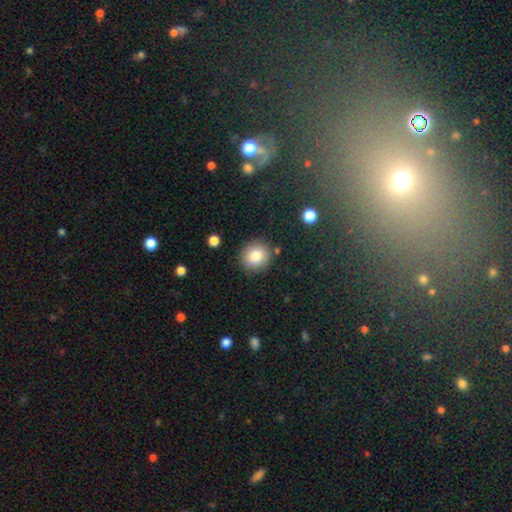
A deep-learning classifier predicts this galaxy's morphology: A smooth galaxy with no disk features (83%) that is round (87%).

Vote fractions:
- Smooth or featured? smooth: 83% / star or artifact: 10% / featured or disk: 8%
- How rounded? round: 87% / in between: 12% / cigar-shaped: 1%
- Merging? none: 86% / minor disturbance: 9% / merger: 3% / major disturbance: 3%